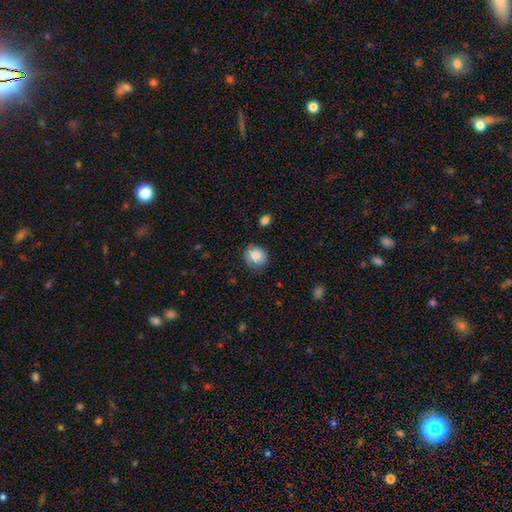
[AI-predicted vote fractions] Smooth or featured? Predicted: smooth (p=0.85). How rounded? Predicted: round (p=0.82). Merging? Predicted: none (p=0.77).